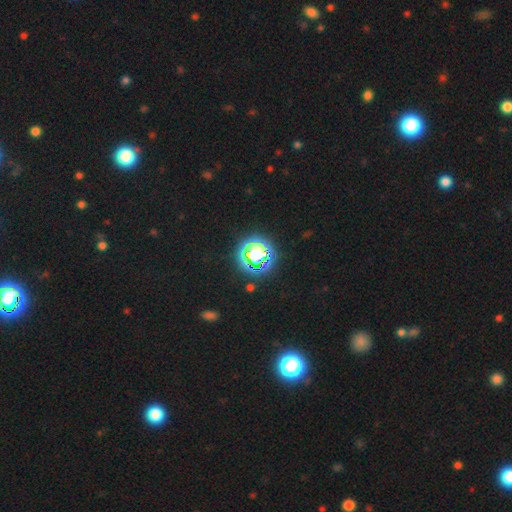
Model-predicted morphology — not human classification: A star or artifact, not a galaxy (63%).